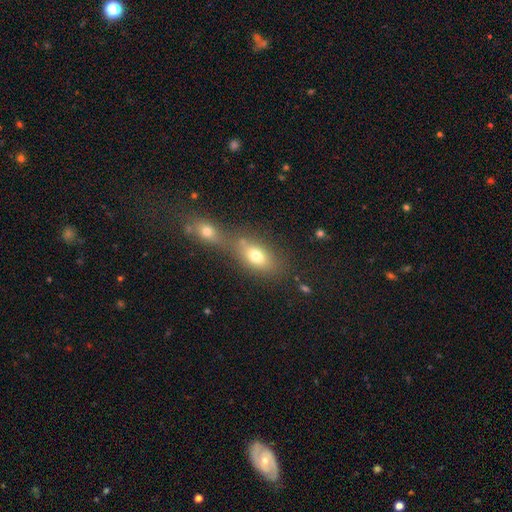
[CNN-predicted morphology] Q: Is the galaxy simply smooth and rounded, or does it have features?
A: smooth — 73%.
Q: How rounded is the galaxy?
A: in between — 76%.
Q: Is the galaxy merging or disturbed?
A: merger — 48%.